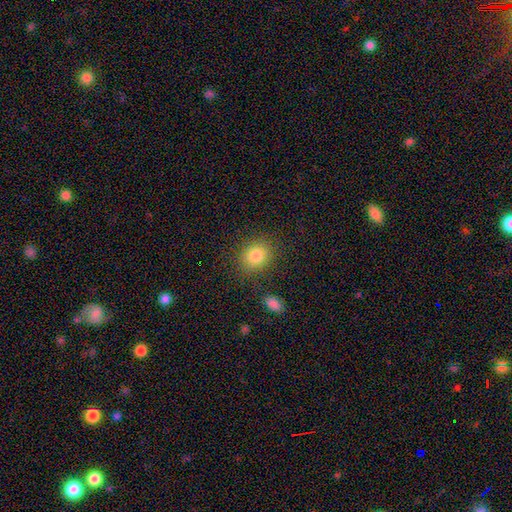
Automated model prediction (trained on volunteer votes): A smooth galaxy with no disk features (84%) that is round (60%).

Vote fractions:
- Smooth or featured? smooth: 84% / star or artifact: 10% / featured or disk: 6%
- How rounded? round: 60% / in between: 39% / cigar-shaped: 1%
- Merging? none: 82% / minor disturbance: 11% / major disturbance: 4% / merger: 4%